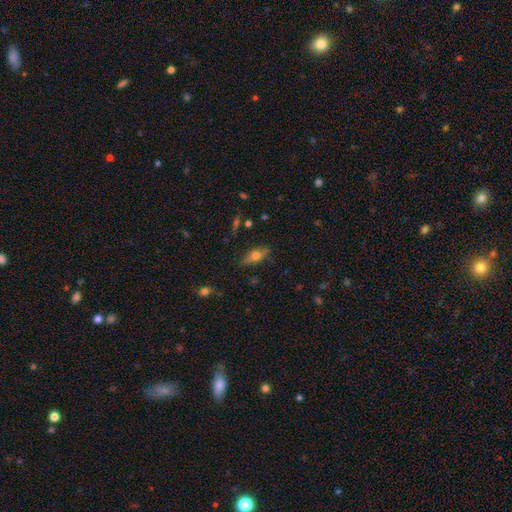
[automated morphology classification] smooth-or-featured: smooth: 51% | featured or disk: 40% | star or artifact: 9%
  how-rounded: in between: 62% | cigar-shaped: 33% | round: 5%
  merging: none: 84% | minor disturbance: 12% | major disturbance: 3% | merger: 2%